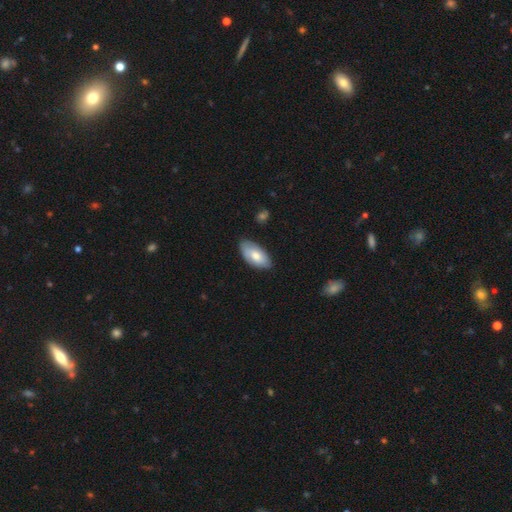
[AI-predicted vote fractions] Smooth or featured? smooth (71%)
How rounded? in between (94%)
Merging? none (77%)